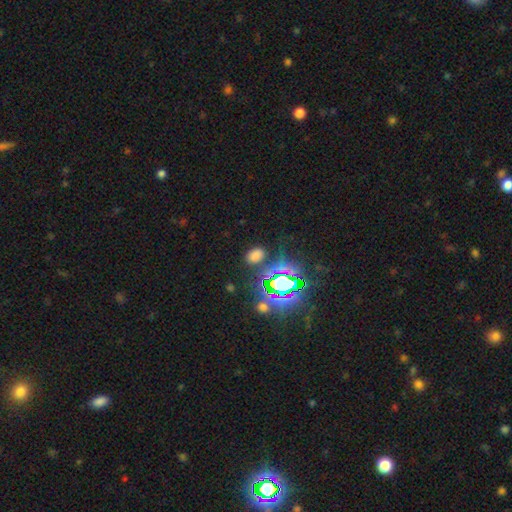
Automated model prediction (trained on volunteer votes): Smooth or featured? Predicted: smooth (p=0.62). How rounded? Predicted: in between (p=0.82). Merging? Predicted: none (p=0.82).